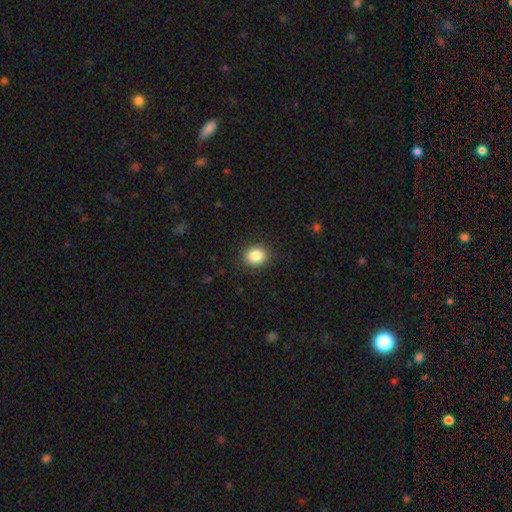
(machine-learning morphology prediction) This is clearly a smooth galaxy (86%). How rounded: likely round (68%). Merging: clearly none (89%).